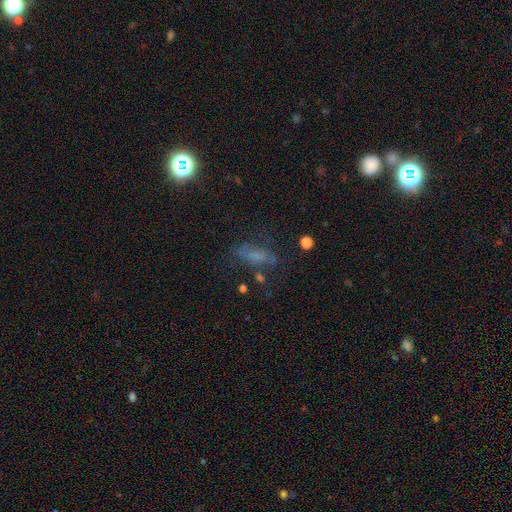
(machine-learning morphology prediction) This is possibly a smooth galaxy (45%). Merging: possibly none (53%).